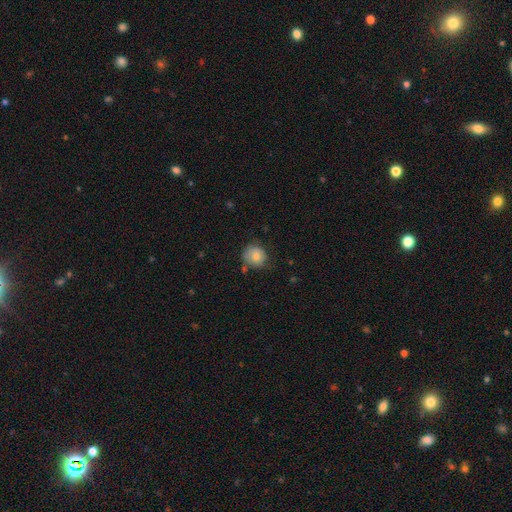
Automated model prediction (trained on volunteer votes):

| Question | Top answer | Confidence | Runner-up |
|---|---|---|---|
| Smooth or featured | smooth | 77% | featured or disk (14%) |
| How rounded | round | 84% | in between (15%) |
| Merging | none | 66% | minor disturbance (24%) |